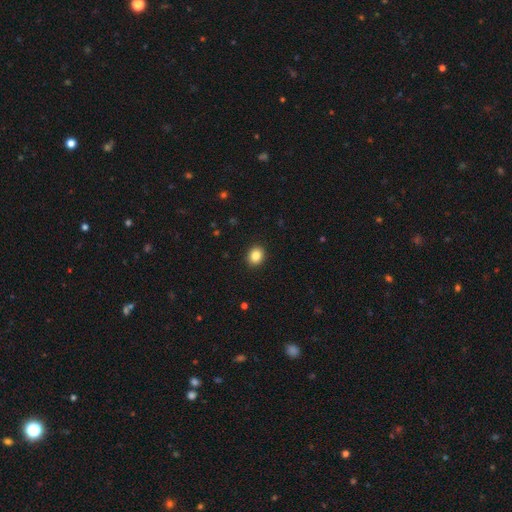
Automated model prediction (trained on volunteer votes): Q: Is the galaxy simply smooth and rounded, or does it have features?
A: smooth — 85%.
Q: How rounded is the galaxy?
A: round — 65%.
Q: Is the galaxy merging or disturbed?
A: none — 92%.